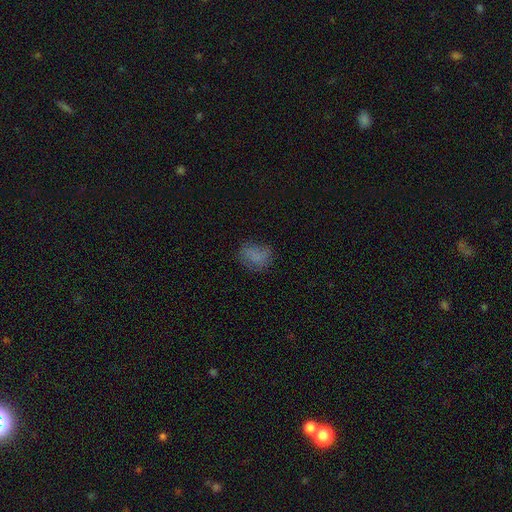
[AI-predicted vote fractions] Overall: smooth (69%). How rounded: in between (60%; round 38%). Merging: none (60%; minor disturbance 24%).